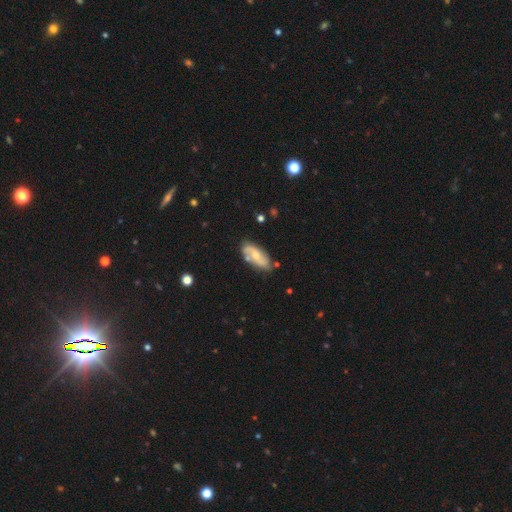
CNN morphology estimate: Smooth or featured?
  - featured or disk: 65% *
  - smooth: 29%
  - star or artifact: 6%
Edge-on disk?
  - no: 91% *
  - yes: 9%
Bar?
  - no: 56% *
  - weak: 35%
  - strong: 9%
Spiral arms?
  - yes: 88% *
  - no: 12%
Spiral winding?
  - loose: 43% *
  - medium: 38%
  - tight: 19%
Spiral arm count?
  - 2: 84% *
  - can't tell: 10%
  - 1: 2%
  - 3: 2%
  - 4: 1%
  - more than 4: 1%
Bulge size?
  - small: 48% *
  - moderate: 46%
  - none: 3%
  - large: 2%
  - dominant: 1%
Merging?
  - none: 75% *
  - minor disturbance: 16%
  - merger: 5%
  - major disturbance: 4%